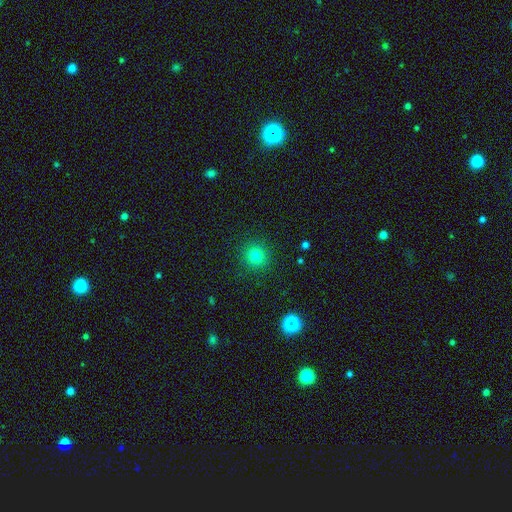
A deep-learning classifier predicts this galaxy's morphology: smooth-or-featured: smooth: 80% | star or artifact: 14% | featured or disk: 6%
  how-rounded: round: 93% | in between: 6% | cigar-shaped: 1%
  merging: none: 91% | minor disturbance: 6% | major disturbance: 2% | merger: 1%